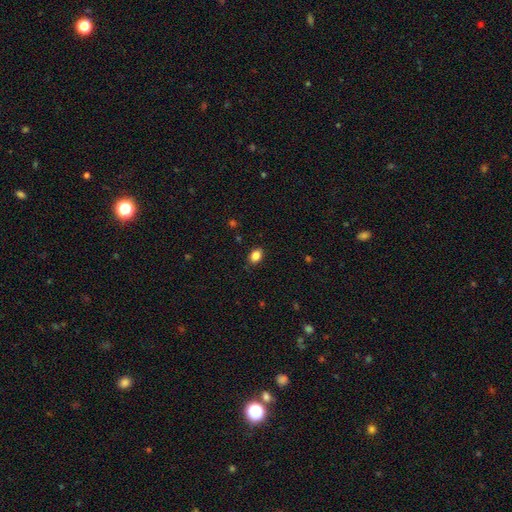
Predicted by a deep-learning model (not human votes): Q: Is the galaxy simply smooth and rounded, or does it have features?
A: smooth — 86%.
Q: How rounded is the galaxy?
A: in between — 75%.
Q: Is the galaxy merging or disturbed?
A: none — 87%.